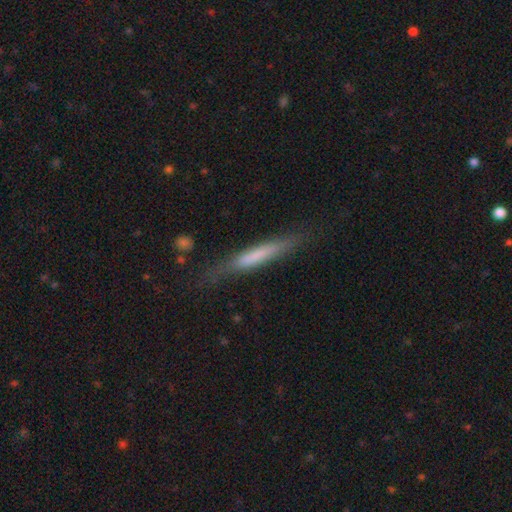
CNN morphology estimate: Smooth or featured? smooth (59%)
How rounded? cigar-shaped (93%)
Merging? none (73%)